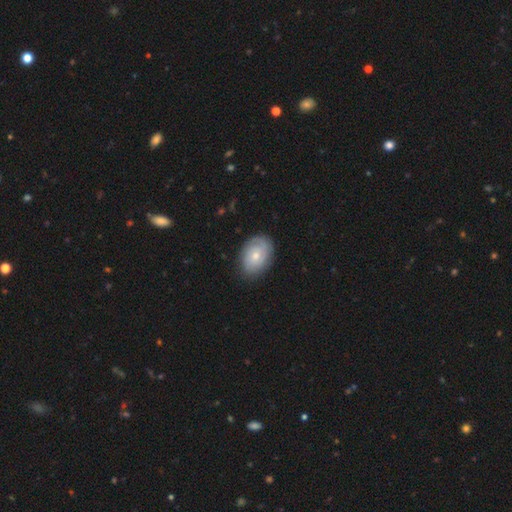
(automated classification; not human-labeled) A featured or disk galaxy (49%). Merging: none (80%).